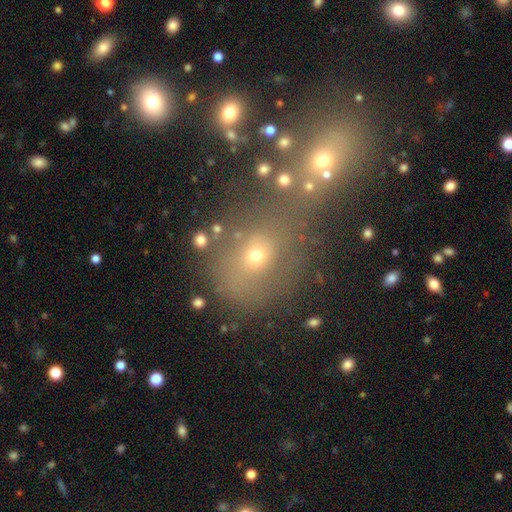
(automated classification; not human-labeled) A smooth galaxy with no disk features (57%) that is round (61%).

Vote fractions:
- Smooth or featured? smooth: 57% / star or artifact: 25% / featured or disk: 18%
- How rounded? round: 61% / in between: 37% / cigar-shaped: 2%
- Merging? none: 45% / merger: 32% / minor disturbance: 13% / major disturbance: 10%